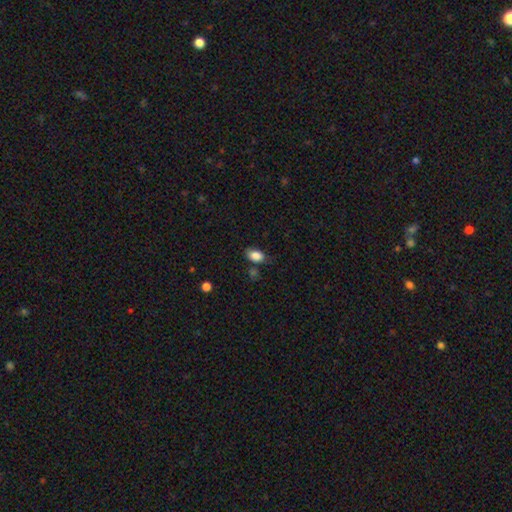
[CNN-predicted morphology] This appears to be a smooth galaxy with no disk features (85%) that is in between round and cigar-shaped (87%). Merging: none (70%).